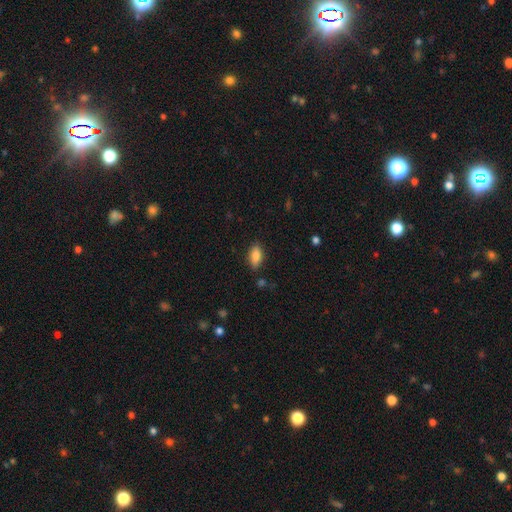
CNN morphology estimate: Smooth or featured? smooth (84%)
How rounded? in between (88%)
Merging? none (84%)